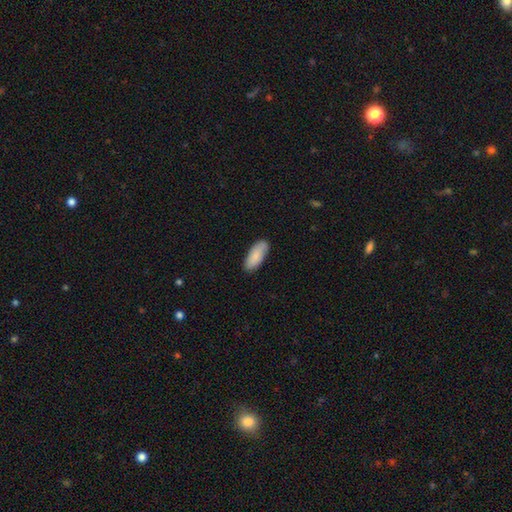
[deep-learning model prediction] Overall: smooth (86%). How rounded: in between (85%). Merging: none (85%).